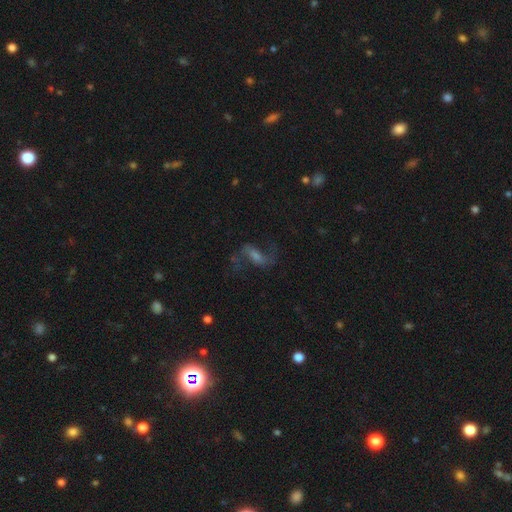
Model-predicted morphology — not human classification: Smooth or featured: featured or disk — 71% (smooth — 15%)
Edge-on disk: no — 94% (yes — 6%)
Bar: weak — 44% (strong — 29%)
Spiral arms: yes — 91% (no — 9%)
Spiral winding: loose — 72% (medium — 24%)
Spiral arm count: 2 — 90% (can't tell — 4%)
Bulge size: small — 39% (moderate — 36%)
Merging: none — 67% (major disturbance — 16%)